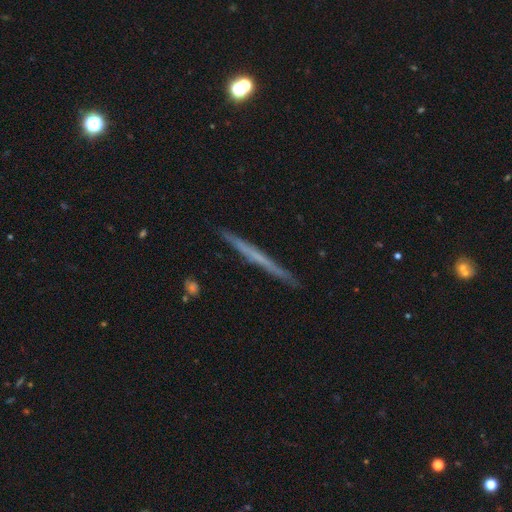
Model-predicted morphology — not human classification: Smooth or featured: featured or disk — 55% (smooth — 38%)
Edge-on disk: yes — 97% (no — 3%)
Edge-on bulge: none — 89% (rounded — 8%)
Merging: none — 91% (minor disturbance — 7%)